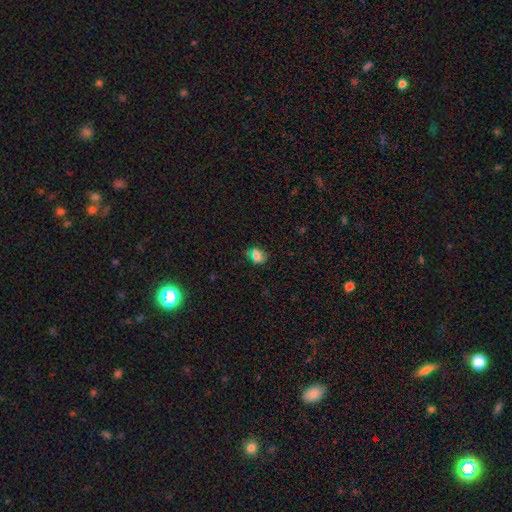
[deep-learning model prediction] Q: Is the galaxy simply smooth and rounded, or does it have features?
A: smooth — 70%.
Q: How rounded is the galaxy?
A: round — 53%.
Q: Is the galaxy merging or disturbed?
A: none — 65%.